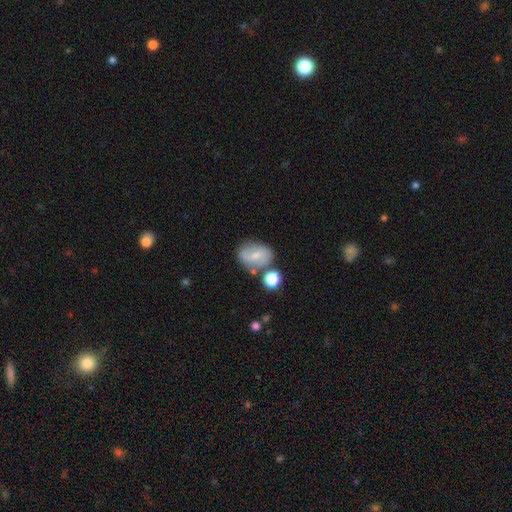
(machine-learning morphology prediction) Q: Smooth or featured?
A: smooth (55%); runner-up: featured or disk (36%)
Q: How rounded?
A: in between (68%); runner-up: round (30%)
Q: Merging?
A: none (63%); runner-up: minor disturbance (18%)